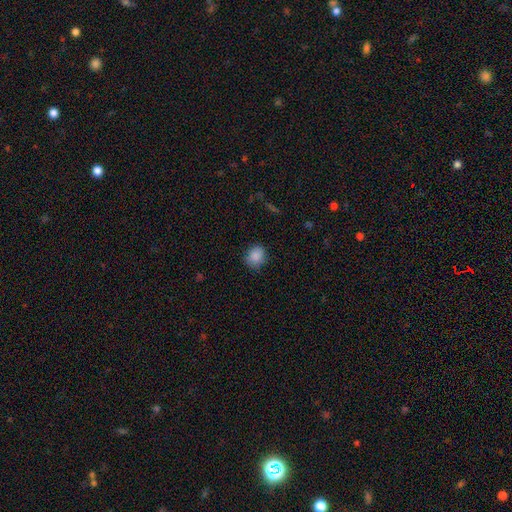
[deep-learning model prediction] Smooth or featured? smooth (87%)
How rounded? round (74%)
Merging? none (81%)